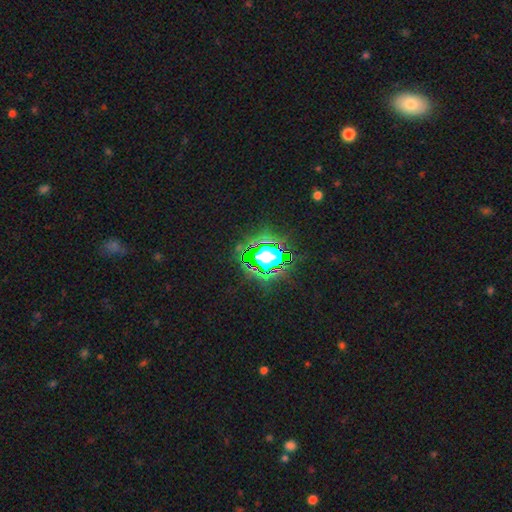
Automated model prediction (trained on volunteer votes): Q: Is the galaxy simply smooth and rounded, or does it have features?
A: star or artifact — 76%.